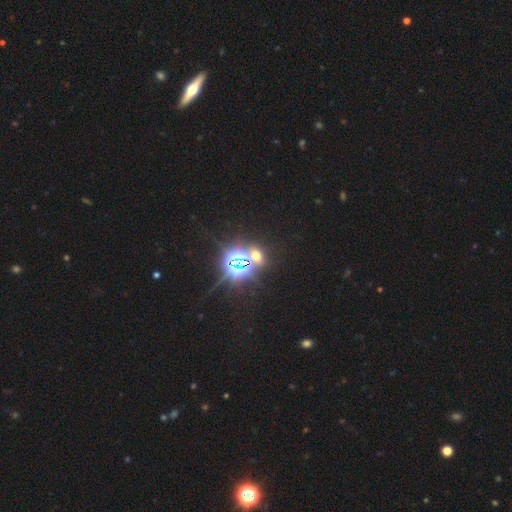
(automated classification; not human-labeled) Smooth or featured? Predicted: star or artifact (p=0.67).